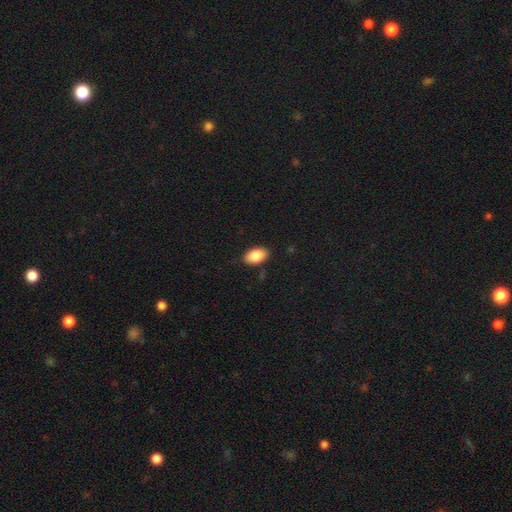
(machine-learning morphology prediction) Smooth or featured?
  - smooth: 86% *
  - featured or disk: 7%
  - star or artifact: 7%
How rounded?
  - in between: 92% *
  - round: 6%
  - cigar-shaped: 2%
Merging?
  - none: 87% *
  - minor disturbance: 10%
  - major disturbance: 2%
  - merger: 1%